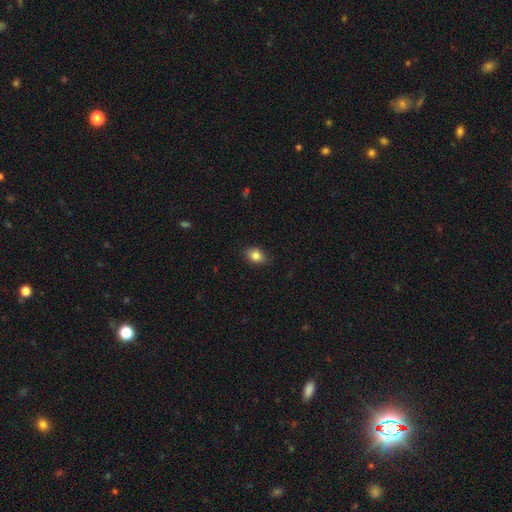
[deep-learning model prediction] A smooth galaxy with no disk features (83%) that is in between round and cigar-shaped (81%). Merging: none (87%).